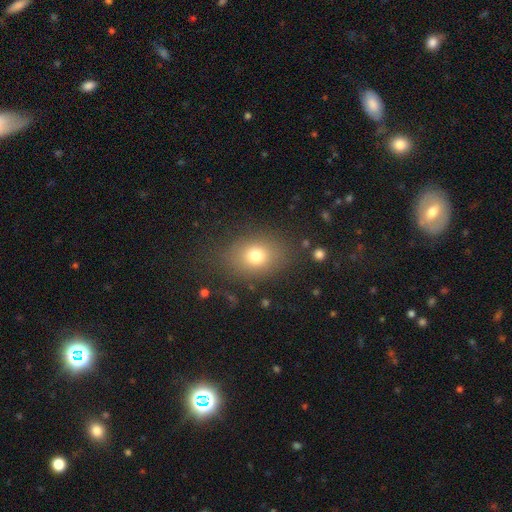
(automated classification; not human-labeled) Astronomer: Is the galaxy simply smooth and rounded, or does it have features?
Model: smooth — 75%.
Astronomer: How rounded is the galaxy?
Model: in between — 57% (runner-up: round, 42%).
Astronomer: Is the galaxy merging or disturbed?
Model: none — 78%.